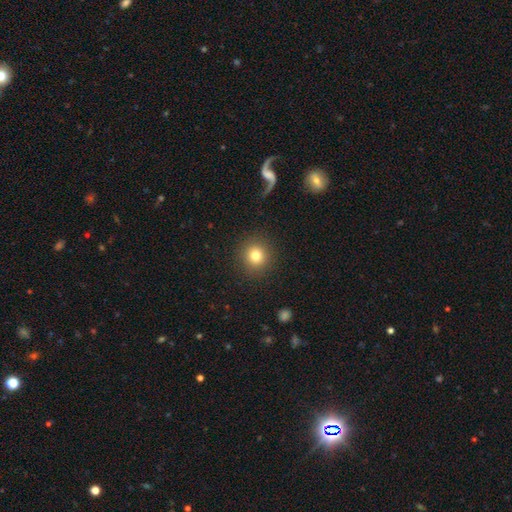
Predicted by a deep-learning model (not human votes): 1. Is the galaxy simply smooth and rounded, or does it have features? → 80% smooth, 12% star or artifact, 8% featured or disk.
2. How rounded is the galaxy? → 92% round, 7% in between, 1% cigar-shaped.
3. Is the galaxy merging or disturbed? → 90% none, 6% minor disturbance, 3% major disturbance, 1% merger.